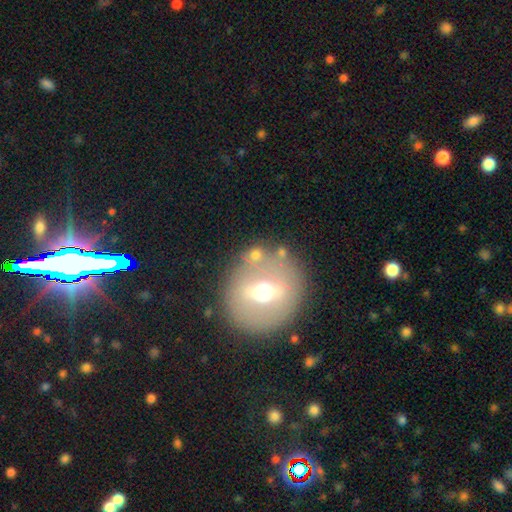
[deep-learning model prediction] Smooth or featured? featured or disk (51%)
Edge-on disk? no (78%)
Merging? none (79%)